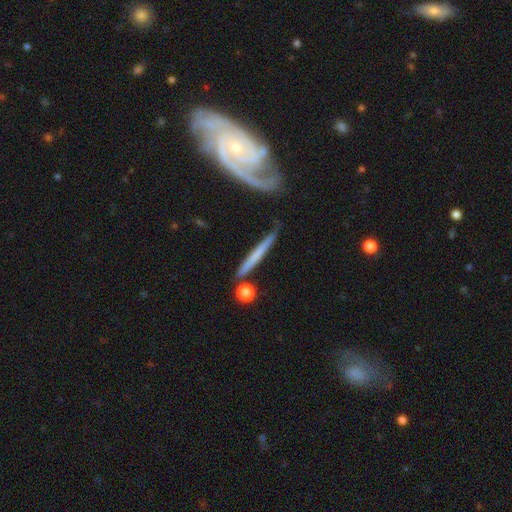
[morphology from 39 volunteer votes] Smooth or featured: featured or disk — 51% (smooth — 41%)
Edge-on disk: yes — 95% (no — 5%)
Edge-on bulge: none — 84% (rounded — 11%)
Merging: none — 83% (minor disturbance — 11%)